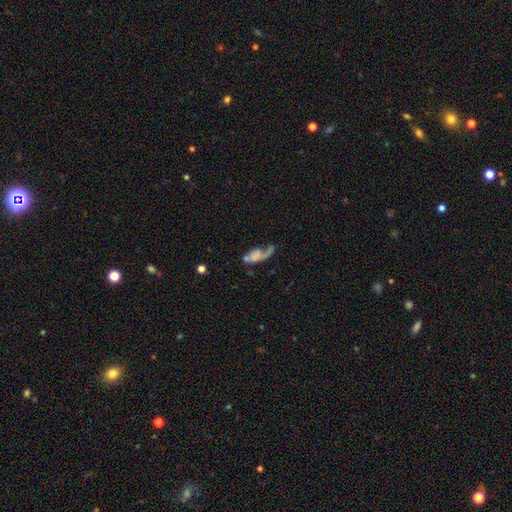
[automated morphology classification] The model was most divided on "smooth or featured": featured or disk: 51%, smooth: 39%, star or artifact: 10%. Remaining: edge-on disk — no (91%); merging — major disturbance (39%).